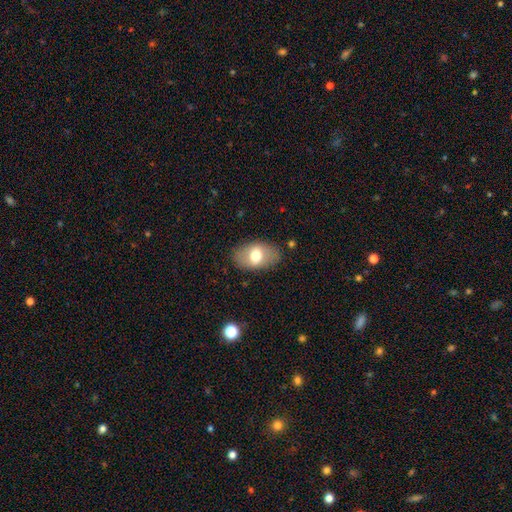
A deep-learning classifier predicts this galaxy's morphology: Smooth or featured?
  - smooth: 66% *
  - featured or disk: 27%
  - star or artifact: 7%
How rounded?
  - in between: 89% *
  - round: 10%
  - cigar-shaped: 1%
Merging?
  - none: 82% *
  - minor disturbance: 12%
  - major disturbance: 4%
  - merger: 1%